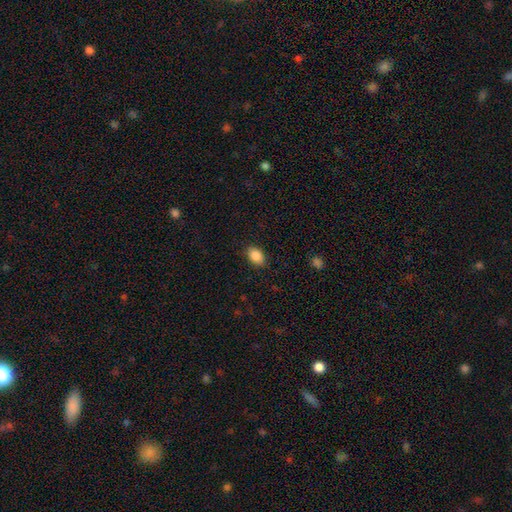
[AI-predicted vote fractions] smooth_or_featured: smooth (p=0.88) [alt: star or artifact p=0.08]
how_rounded: in between (p=0.85) [alt: round p=0.14]
merging: none (p=0.87) [alt: minor disturbance p=0.10]